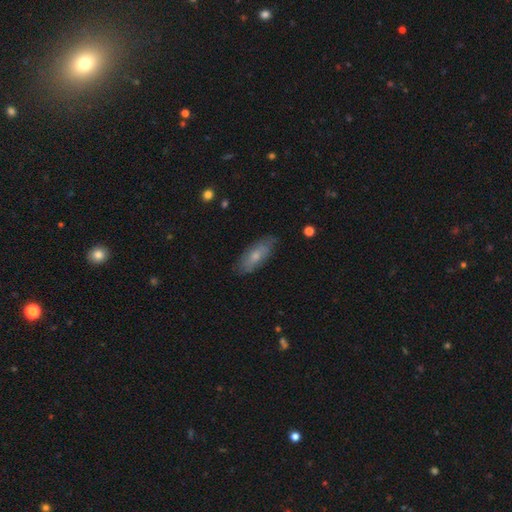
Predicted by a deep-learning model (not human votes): A smooth galaxy with no disk features (62%) that is in between round and cigar-shaped (75%).

Vote fractions:
- Smooth or featured? smooth: 62% / featured or disk: 32% / star or artifact: 6%
- How rounded? in between: 75% / cigar-shaped: 23% / round: 2%
- Merging? none: 80% / minor disturbance: 16% / major disturbance: 3% / merger: 1%